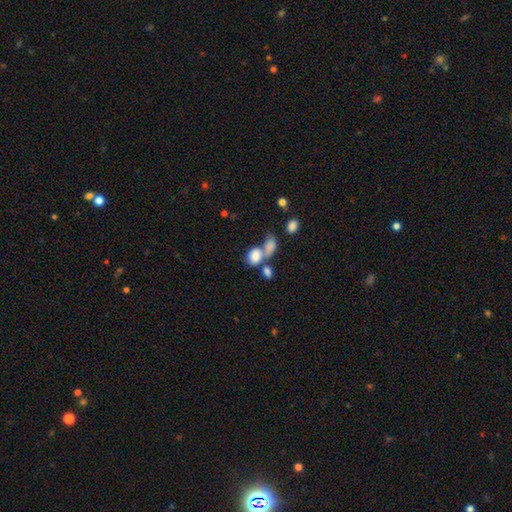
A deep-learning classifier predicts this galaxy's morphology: smooth-or-featured: smooth: 80% | featured or disk: 12% | star or artifact: 9%
  how-rounded: in between: 72% | round: 26% | cigar-shaped: 2%
  merging: merger: 60% | none: 23% | minor disturbance: 9% | major disturbance: 7%